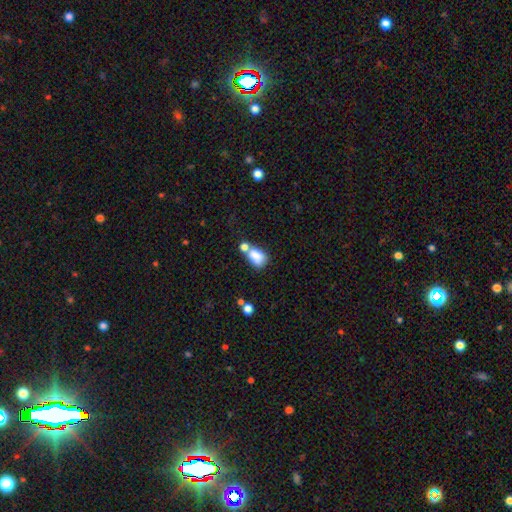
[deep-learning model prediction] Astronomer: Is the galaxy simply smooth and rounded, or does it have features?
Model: smooth — 80%.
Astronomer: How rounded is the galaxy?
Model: in between — 78%.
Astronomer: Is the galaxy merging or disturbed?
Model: merger — 45% (runner-up: none, 33%).